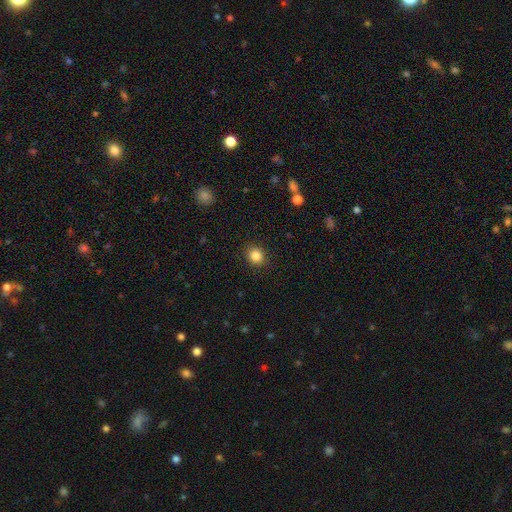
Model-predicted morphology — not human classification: type=smooth (84%); roundness=round (81%); merging=none (91%).